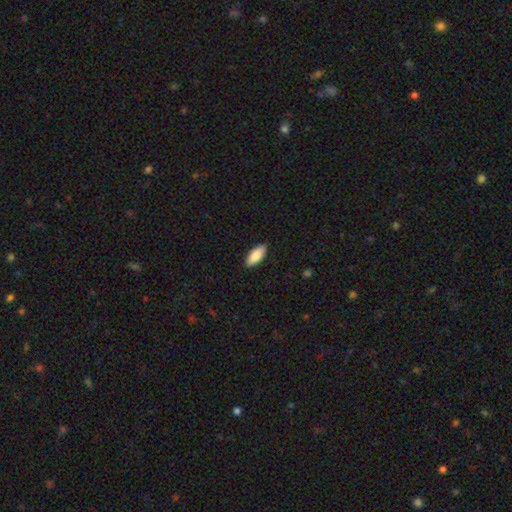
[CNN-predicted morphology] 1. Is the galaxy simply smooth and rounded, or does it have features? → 86% smooth, 9% featured or disk, 6% star or artifact.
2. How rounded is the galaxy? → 86% in between, 13% cigar-shaped, 2% round.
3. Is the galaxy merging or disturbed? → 89% none, 9% minor disturbance, 2% major disturbance, 1% merger.